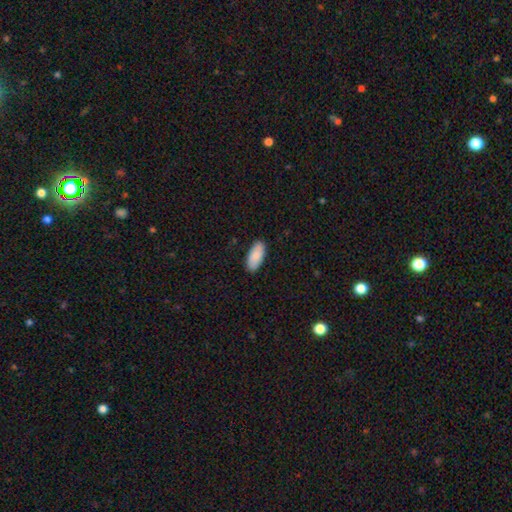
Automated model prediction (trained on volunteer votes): smooth 89%, featured or disk 6%, star or artifact 5%. Down the decision tree: how rounded — in between (91%); merging — none (88%).